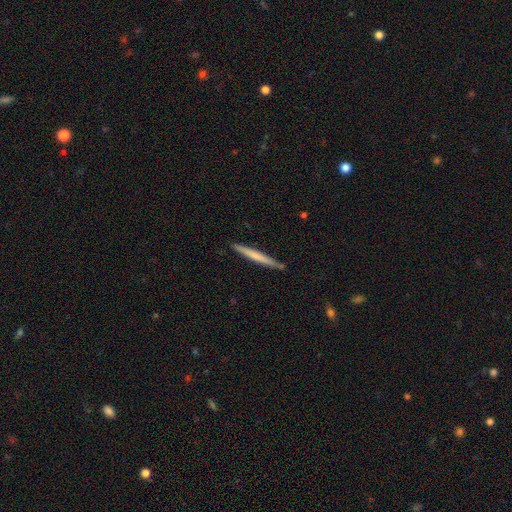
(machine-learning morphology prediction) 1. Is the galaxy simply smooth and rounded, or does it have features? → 58% smooth, 37% featured or disk, 5% star or artifact.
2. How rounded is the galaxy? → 97% cigar-shaped, 2% in between, 1% round.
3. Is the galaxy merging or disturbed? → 88% none, 9% minor disturbance, 2% merger, 1% major disturbance.